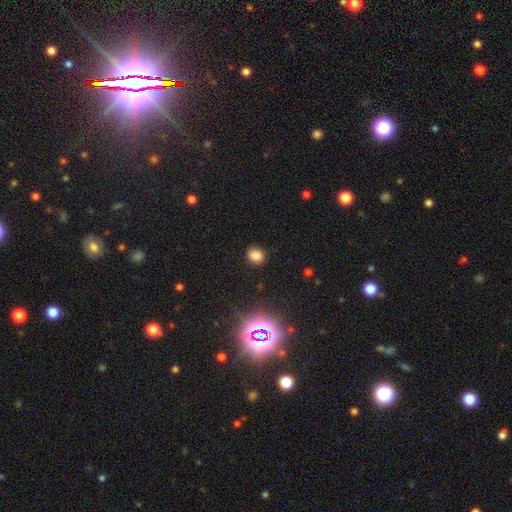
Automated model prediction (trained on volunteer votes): Smooth or featured? smooth (77%)
How rounded? round (65%)
Merging? none (86%)